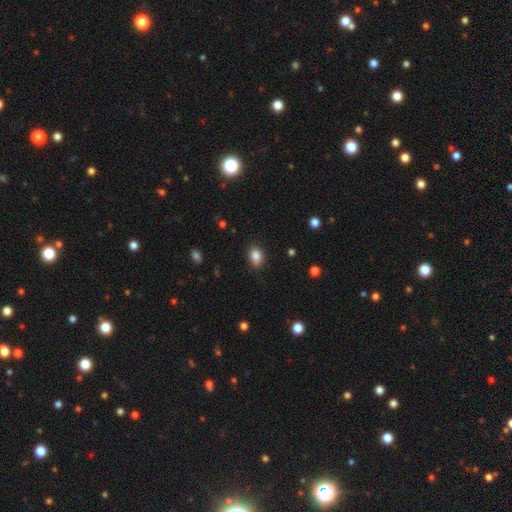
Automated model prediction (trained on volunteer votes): A smooth galaxy with no disk features (85%) that is in between round and cigar-shaped (76%).

Vote fractions:
- Smooth or featured? smooth: 85% / star or artifact: 9% / featured or disk: 6%
- How rounded? in between: 76% / round: 22% / cigar-shaped: 2%
- Merging? none: 80% / minor disturbance: 15% / major disturbance: 3% / merger: 1%